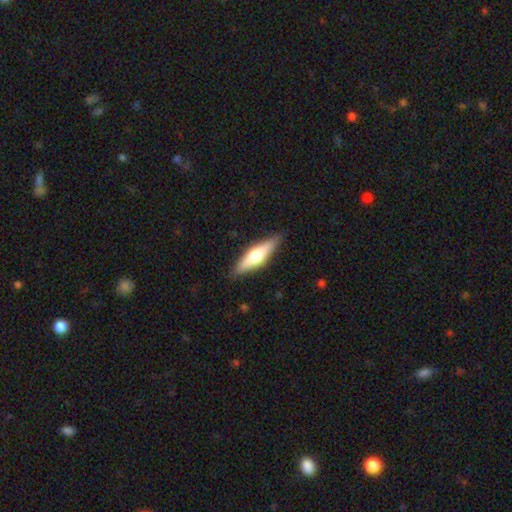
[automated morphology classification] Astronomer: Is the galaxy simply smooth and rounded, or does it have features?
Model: smooth — 48% (runner-up: featured or disk, 46%).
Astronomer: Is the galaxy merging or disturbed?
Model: none — 87%.